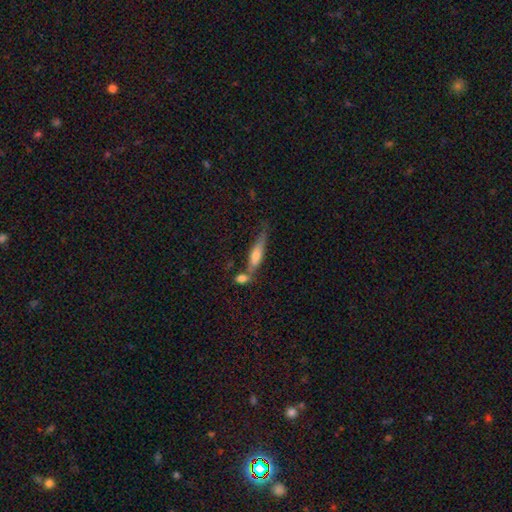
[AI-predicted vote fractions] Smooth or featured? featured or disk (46%)
Merging? none (52%)